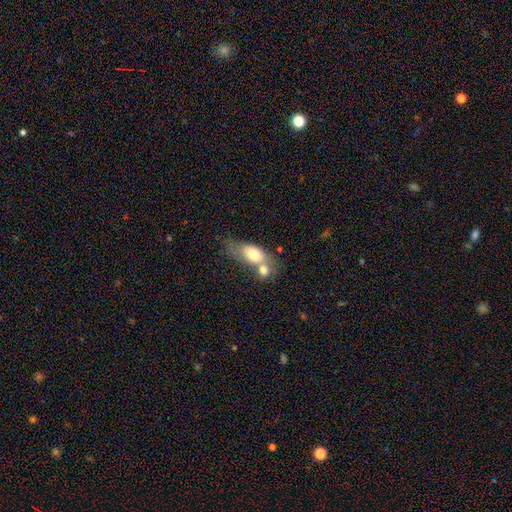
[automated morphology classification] The model was most divided on "merging": merger: 62%, none: 21%, minor disturbance: 10%, major disturbance: 7%. More confident: how rounded — in between (74%); smooth or featured — smooth (67%).